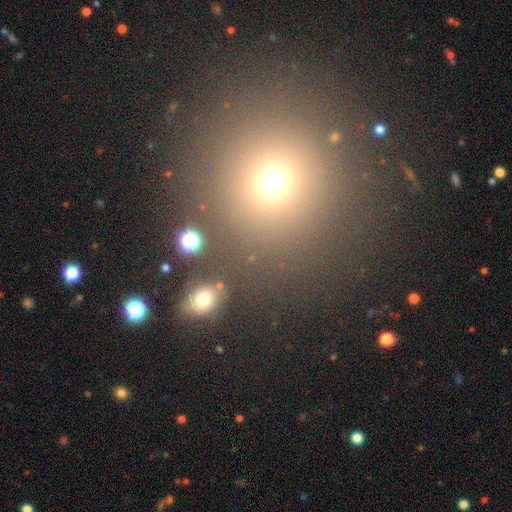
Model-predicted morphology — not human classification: Overall: smooth (58%; star or artifact 34%). How rounded: round (92%). Merging: none (84%).